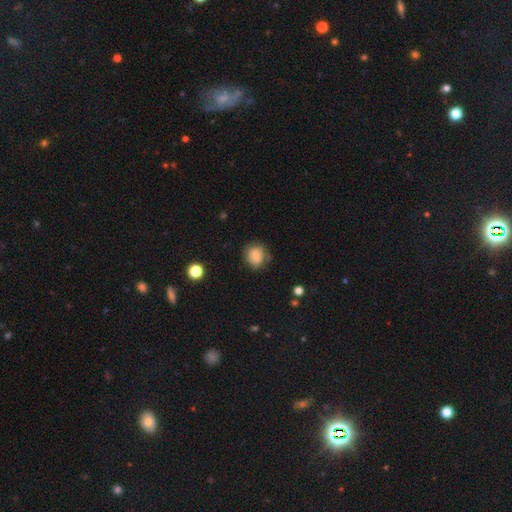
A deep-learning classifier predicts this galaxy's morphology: The model was most divided on "smooth or featured": smooth: 66%, featured or disk: 25%, star or artifact: 9%. More confident: how rounded — round (83%); merging — none (70%).